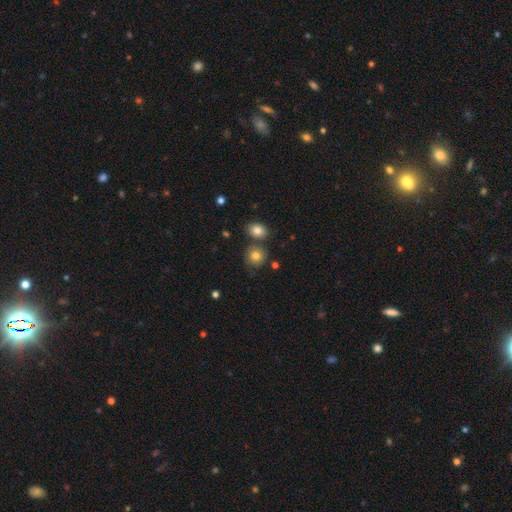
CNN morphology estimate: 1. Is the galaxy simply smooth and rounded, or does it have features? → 80% smooth, 10% star or artifact, 10% featured or disk.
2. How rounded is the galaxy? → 83% round, 16% in between, 1% cigar-shaped.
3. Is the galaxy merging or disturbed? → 73% none, 14% merger, 11% minor disturbance, 3% major disturbance.